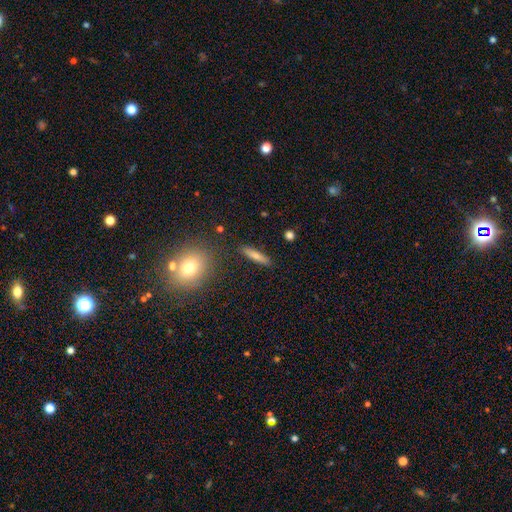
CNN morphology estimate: Overall: smooth (72%). How rounded: cigar-shaped (82%). Merging: none (88%).